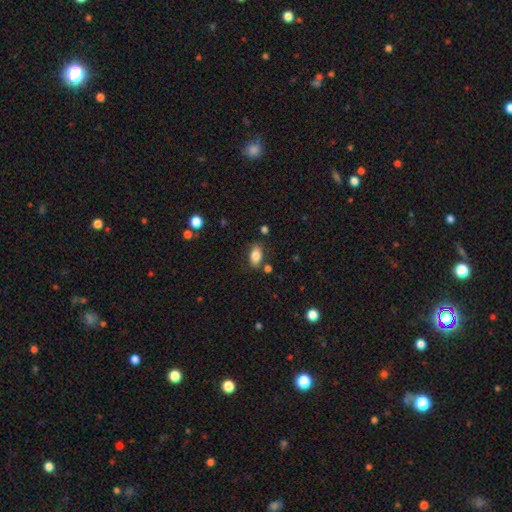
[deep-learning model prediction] smooth-or-featured: smooth: 81% | featured or disk: 10% | star or artifact: 8%
  how-rounded: in between: 88% | round: 8% | cigar-shaped: 4%
  merging: none: 78% | minor disturbance: 14% | merger: 5% | major disturbance: 3%